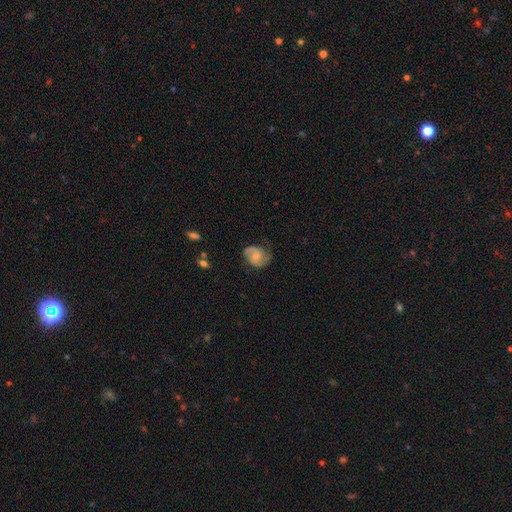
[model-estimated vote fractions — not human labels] The model was most divided on "bulge size": small: 44%, none: 26%, moderate: 25%, large: 3%, dominant: 1%. Remaining: edge-on disk — no (98%); spiral arms — yes (93%); spiral arm count — 2 (80%); merging — none (64%); smooth or featured — featured or disk (64%); bar — no (56%); spiral winding — medium (47%).